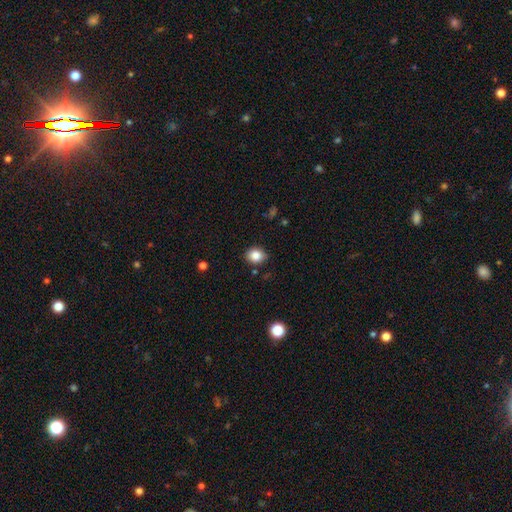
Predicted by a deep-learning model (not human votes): smooth_or_featured: smooth (p=0.85) [alt: star or artifact p=0.10]
how_rounded: round (p=0.61) [alt: in between p=0.38]
merging: none (p=0.85) [alt: minor disturbance p=0.11]